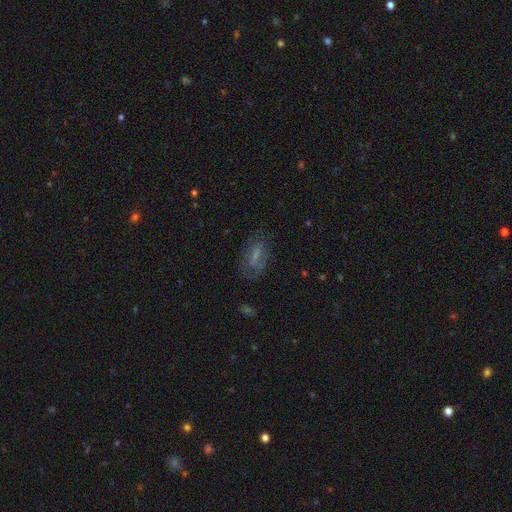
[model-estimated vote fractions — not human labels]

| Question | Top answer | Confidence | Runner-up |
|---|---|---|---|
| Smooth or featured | smooth | 47% | featured or disk (38%) |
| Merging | none | 62% | minor disturbance (20%) |